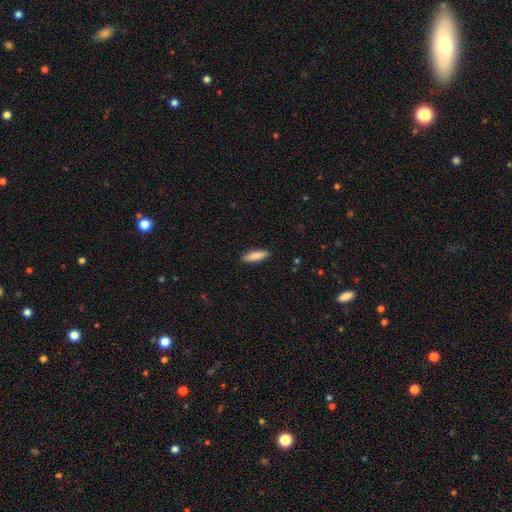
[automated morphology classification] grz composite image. It shows a smooth galaxy with no disk features (86%) that is cigar-shaped (64%). Merging: none (90%).